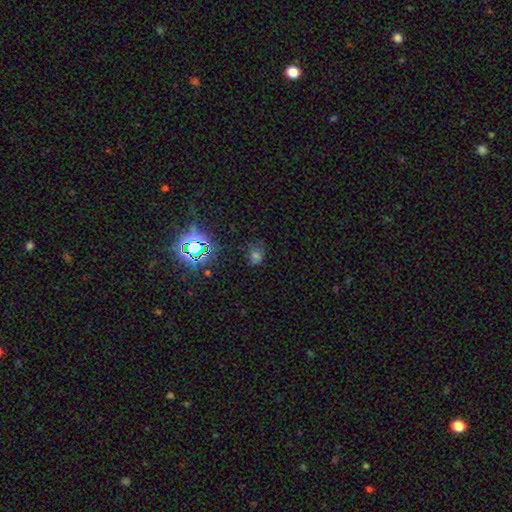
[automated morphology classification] The model was most divided on "how rounded": round: 50%, in between: 49%, cigar-shaped: 1%. More confident: merging — none (61%); smooth or featured — smooth (52%).